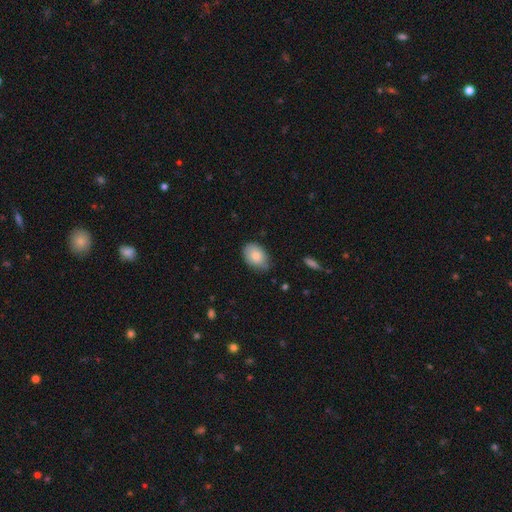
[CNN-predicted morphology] Q: Smooth or featured?
A: smooth (81%); runner-up: featured or disk (12%)
Q: How rounded?
A: in between (81%); runner-up: round (18%)
Q: Merging?
A: none (65%); runner-up: minor disturbance (30%)